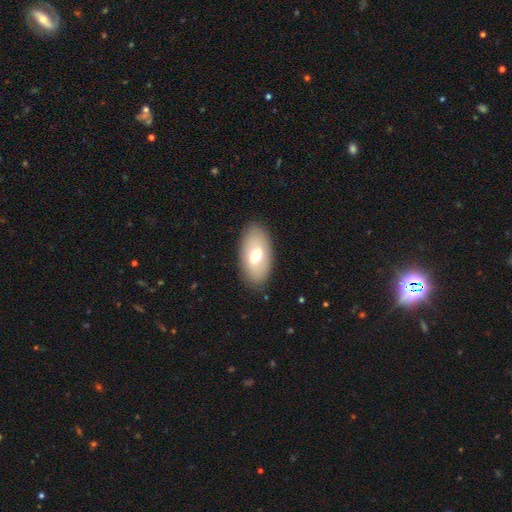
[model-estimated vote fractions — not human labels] This is likely a smooth galaxy (63%). How rounded: clearly in between (93%). Merging: clearly none (86%).